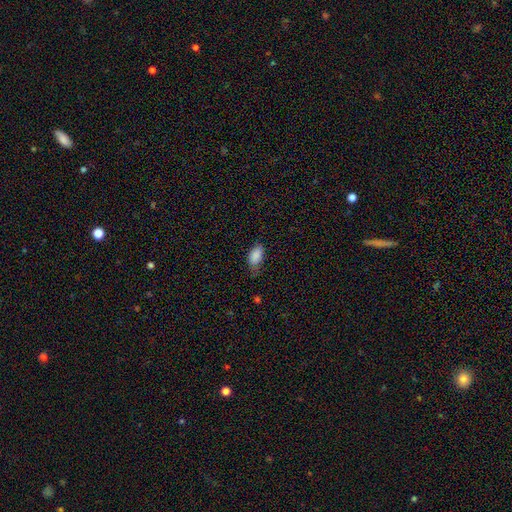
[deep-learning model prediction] This appears to be a smooth galaxy with no disk features (87%) that is in between round and cigar-shaped (93%). Merging: none (54%).